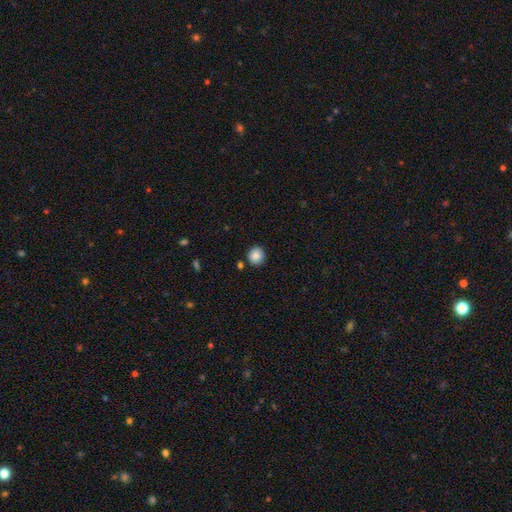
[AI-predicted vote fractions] This appears to be a smooth galaxy with no disk features (86%) that is round (93%). Merging: none (87%).